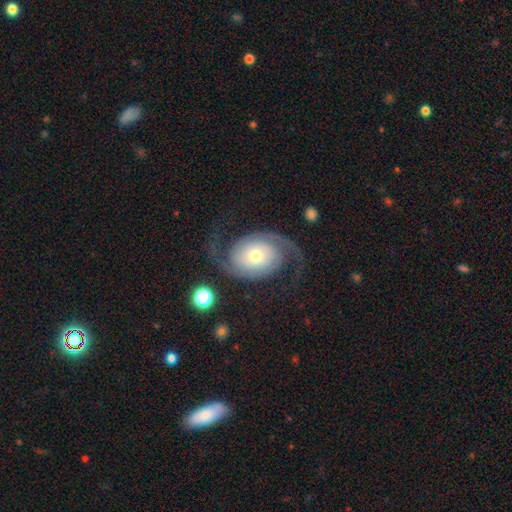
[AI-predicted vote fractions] Smooth or featured?
  - featured or disk: 90% *
  - smooth: 5%
  - star or artifact: 5%
Edge-on disk?
  - no: 98% *
  - yes: 2%
Bar?
  - no: 74% *
  - weak: 18%
  - strong: 8%
Spiral arms?
  - yes: 98% *
  - no: 2%
Spiral winding?
  - medium: 46% *
  - loose: 33%
  - tight: 21%
Spiral arm count?
  - 2: 94% *
  - can't tell: 2%
  - 1: 1%
  - 3: 1%
  - 4: 1%
  - more than 4: 1%
Bulge size?
  - small: 53% *
  - moderate: 37%
  - large: 5%
  - dominant: 3%
  - none: 1%
Merging?
  - none: 77% *
  - minor disturbance: 12%
  - major disturbance: 9%
  - merger: 2%